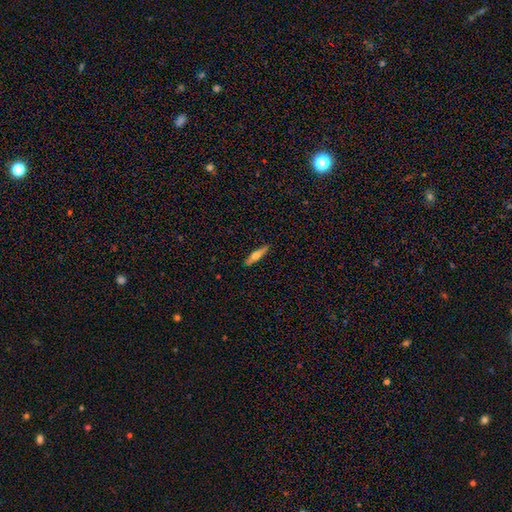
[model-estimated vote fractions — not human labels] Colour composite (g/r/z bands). It shows a smooth galaxy with no disk features (53%) that is cigar-shaped (76%). Merging: none (89%).